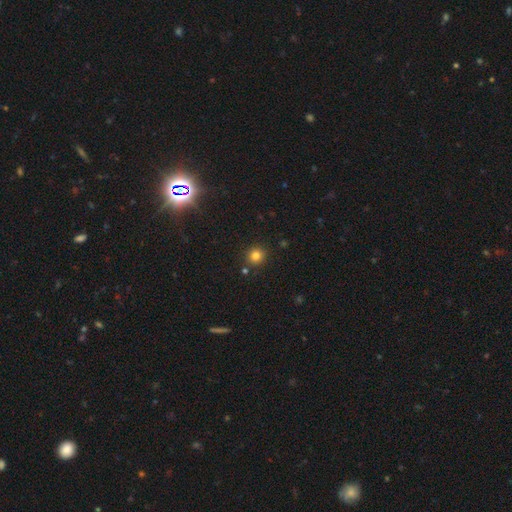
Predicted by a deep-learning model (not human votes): Smooth or featured: smooth — 81% (star or artifact — 14%)
How rounded: round — 92% (in between — 7%)
Merging: none — 86% (minor disturbance — 7%)